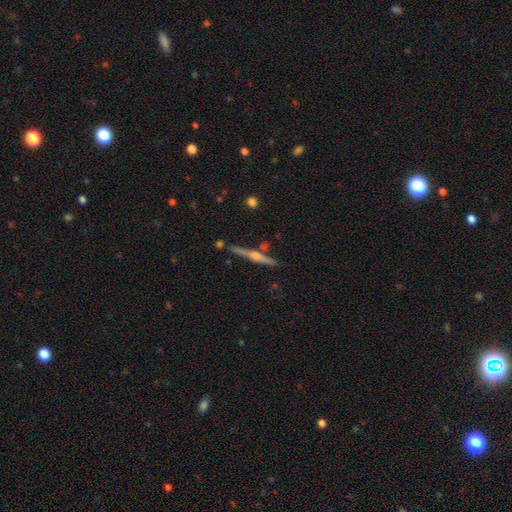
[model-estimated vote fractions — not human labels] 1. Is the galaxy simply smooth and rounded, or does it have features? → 77% featured or disk, 14% smooth, 9% star or artifact.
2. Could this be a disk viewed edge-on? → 96% yes, 4% no.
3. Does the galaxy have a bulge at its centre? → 83% rounded, 10% none, 7% boxy.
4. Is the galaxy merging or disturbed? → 81% none, 12% minor disturbance, 4% merger, 3% major disturbance.